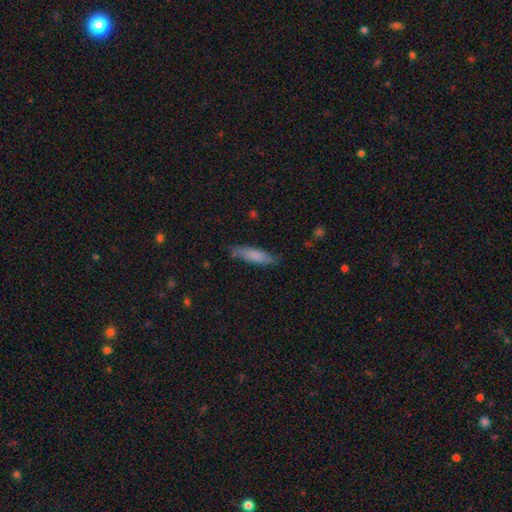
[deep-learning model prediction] smooth_or_featured: smooth (p=0.79) [alt: featured or disk p=0.15]
how_rounded: cigar-shaped (p=0.62) [alt: in between p=0.36]
merging: none (p=0.76) [alt: minor disturbance p=0.19]